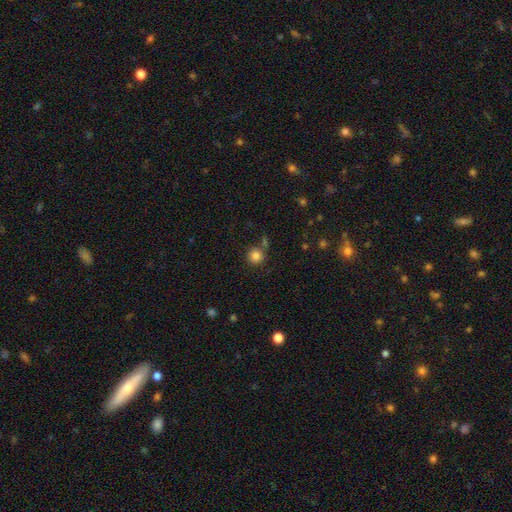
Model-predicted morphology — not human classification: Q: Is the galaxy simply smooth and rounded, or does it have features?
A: smooth — 84%.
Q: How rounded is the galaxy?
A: round — 93%.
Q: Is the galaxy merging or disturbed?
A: none — 76%.